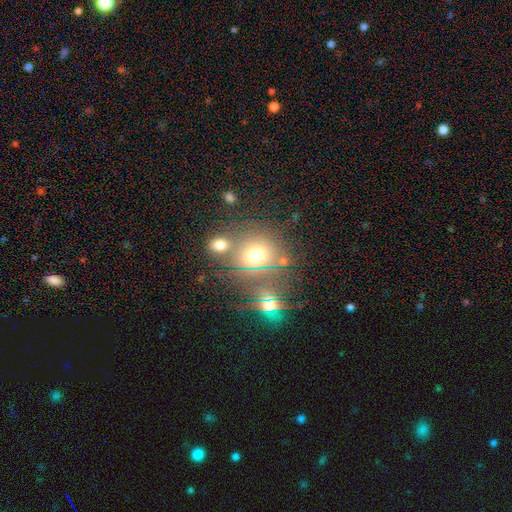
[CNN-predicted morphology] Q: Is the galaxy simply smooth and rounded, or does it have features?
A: smooth — 59%.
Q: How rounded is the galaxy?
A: round — 82%.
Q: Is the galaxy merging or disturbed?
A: none — 60%.